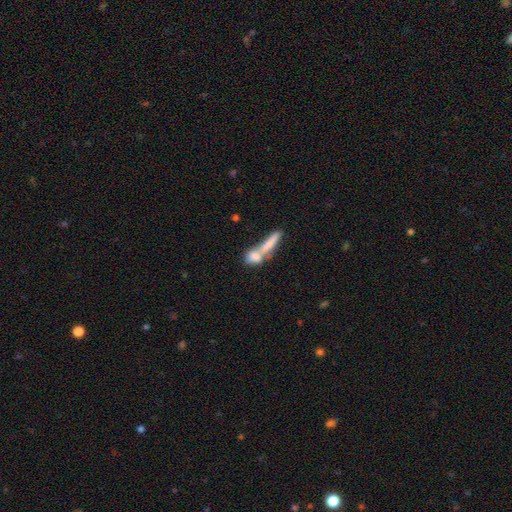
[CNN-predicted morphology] Smooth or featured: smooth — 68% (featured or disk — 23%)
How rounded: cigar-shaped — 45% (in between — 43%)
Merging: merger — 64% (none — 23%)